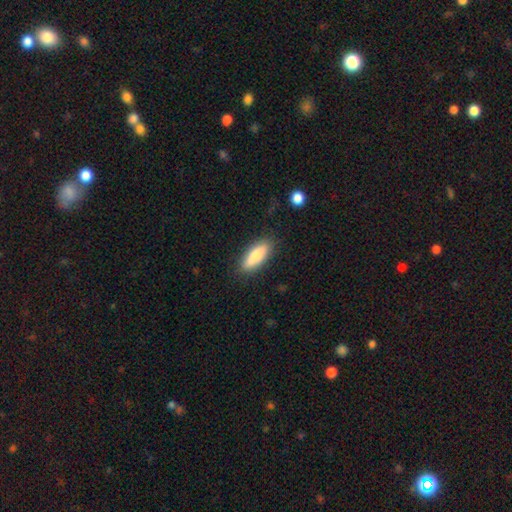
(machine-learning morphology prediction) The model was most divided on "how rounded": in between: 56%, cigar-shaped: 42%, round: 2%. More confident: merging — none (85%); smooth or featured — smooth (83%).